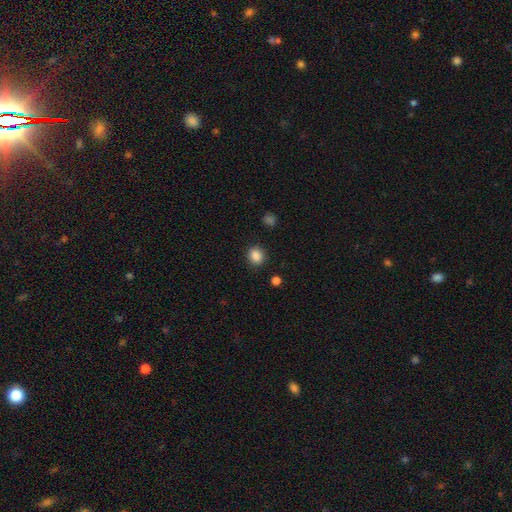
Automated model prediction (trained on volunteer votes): This is clearly a smooth galaxy (87%). How rounded: likely round (62%). Merging: clearly none (87%).